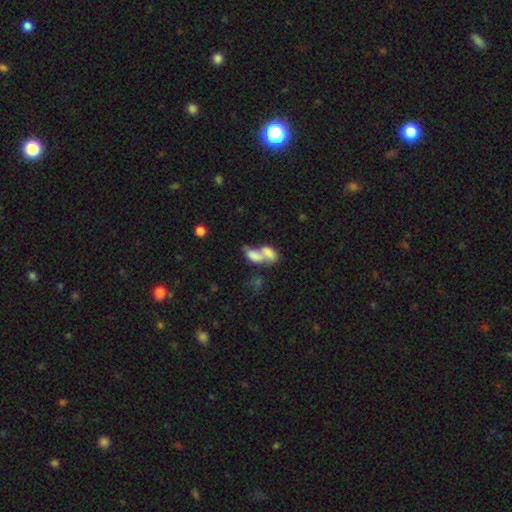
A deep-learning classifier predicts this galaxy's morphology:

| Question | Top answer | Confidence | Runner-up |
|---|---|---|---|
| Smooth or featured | smooth | 71% | featured or disk (20%) |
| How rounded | in between | 88% | round (7%) |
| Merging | merger | 75% | none (13%) |